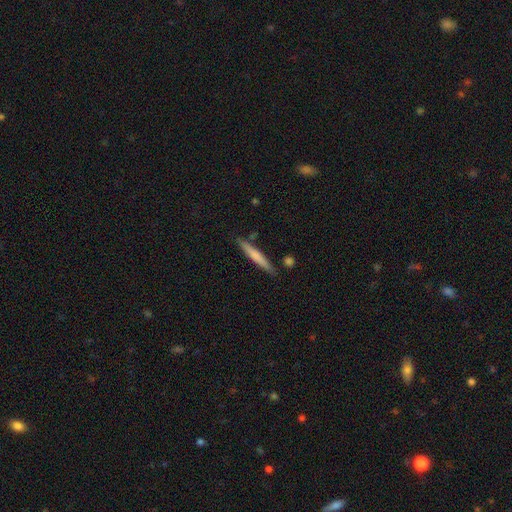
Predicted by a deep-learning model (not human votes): Overall: smooth (63%; featured or disk 32%). How rounded: cigar-shaped (95%). Merging: none (84%).